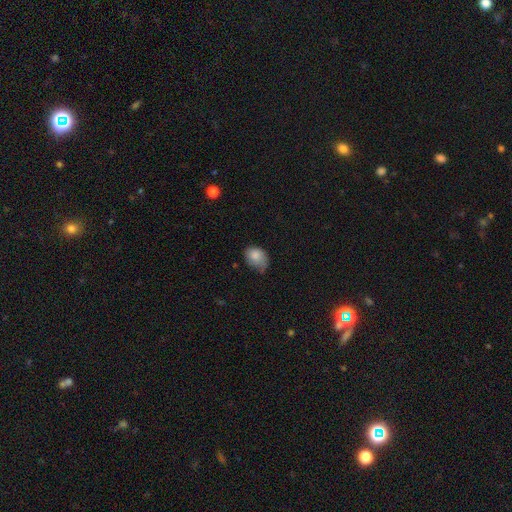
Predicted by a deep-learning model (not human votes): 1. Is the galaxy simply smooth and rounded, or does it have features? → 83% smooth, 9% featured or disk, 8% star or artifact.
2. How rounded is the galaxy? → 67% in between, 32% round, 1% cigar-shaped.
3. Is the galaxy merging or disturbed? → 43% minor disturbance, 39% none, 15% major disturbance, 2% merger.